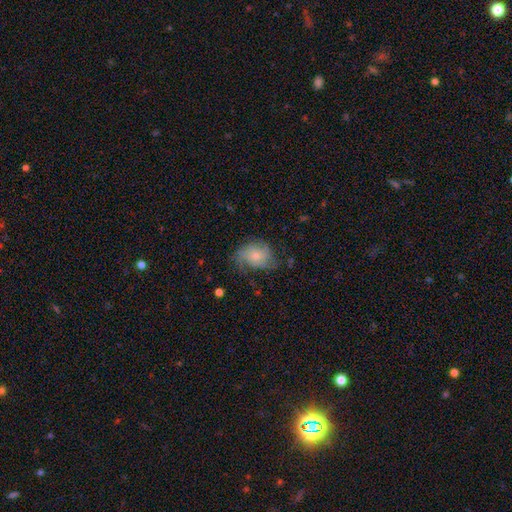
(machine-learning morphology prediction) This is possibly a featured or disk galaxy (51%). It is clearly not viewed edge-on (97%). Merging: possibly none (52%).